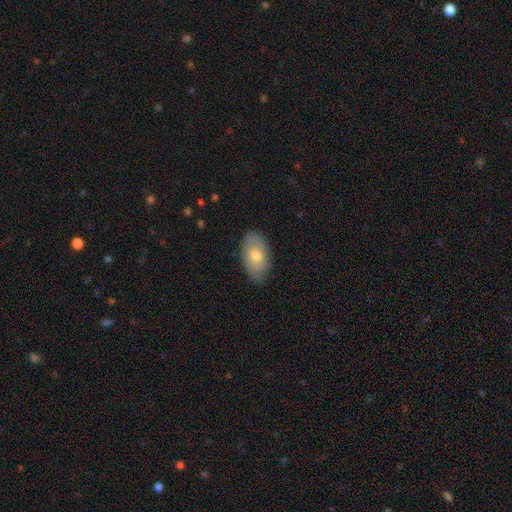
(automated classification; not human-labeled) This is likely a smooth galaxy (68%). How rounded: clearly in between (92%). Merging: likely none (78%).